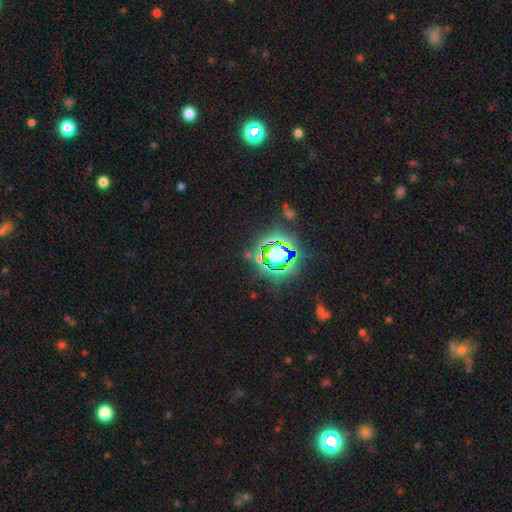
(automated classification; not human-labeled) Smooth or featured? Predicted: star or artifact (p=0.77).